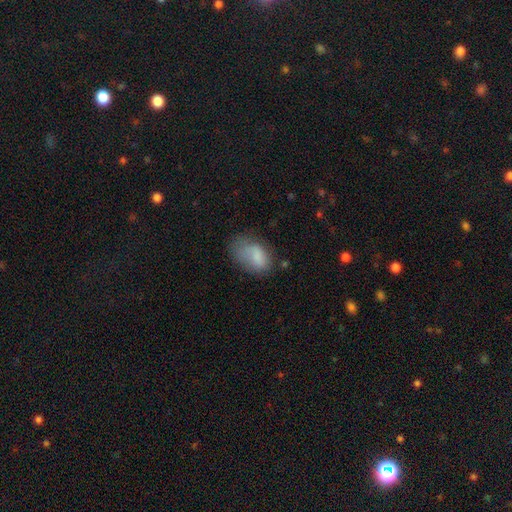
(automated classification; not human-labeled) Overall: smooth (77%). How rounded: in between (88%). Merging: none (41%; minor disturbance 33%).